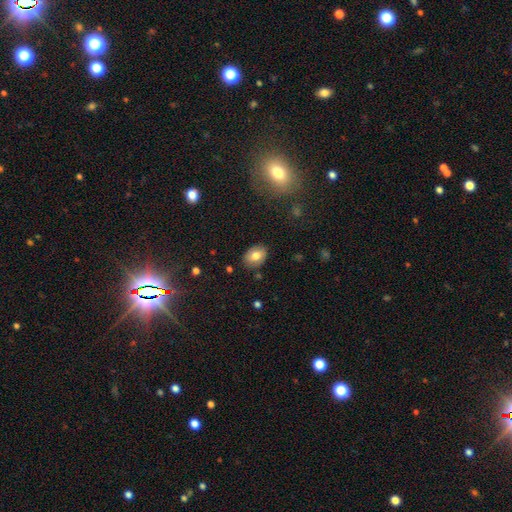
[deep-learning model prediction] Morphology: type=smooth (77%); roundness=in between (74%); merging=none (84%).